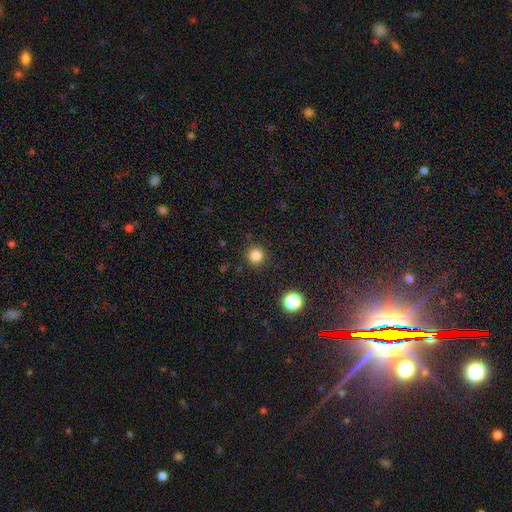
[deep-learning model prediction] A smooth galaxy with no disk features (83%) that is round (94%). Merging: none (90%).